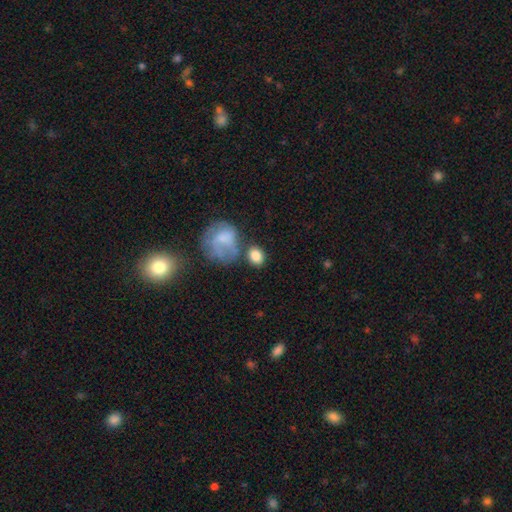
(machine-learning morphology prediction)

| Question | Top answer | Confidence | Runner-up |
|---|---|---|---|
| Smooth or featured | smooth | 83% | featured or disk (9%) |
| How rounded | round | 50% | in between (49%) |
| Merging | none | 59% | minor disturbance (17%) |